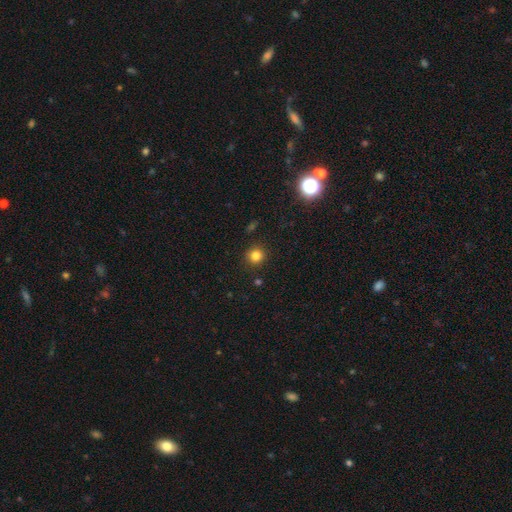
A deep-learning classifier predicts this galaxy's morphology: A smooth galaxy with no disk features (81%) that is round (92%).

Vote fractions:
- Smooth or featured? smooth: 81% / star or artifact: 14% / featured or disk: 5%
- How rounded? round: 92% / in between: 7% / cigar-shaped: 1%
- Merging? none: 90% / minor disturbance: 6% / major disturbance: 2% / merger: 2%